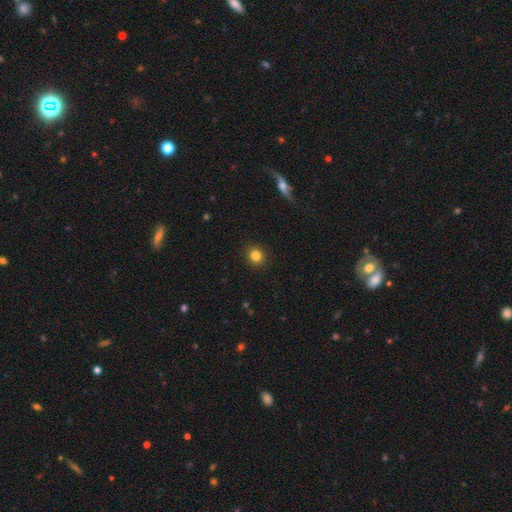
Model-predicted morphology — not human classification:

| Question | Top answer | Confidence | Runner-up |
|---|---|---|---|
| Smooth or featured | smooth | 84% | star or artifact (11%) |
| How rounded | round | 88% | in between (11%) |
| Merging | none | 92% | minor disturbance (5%) |